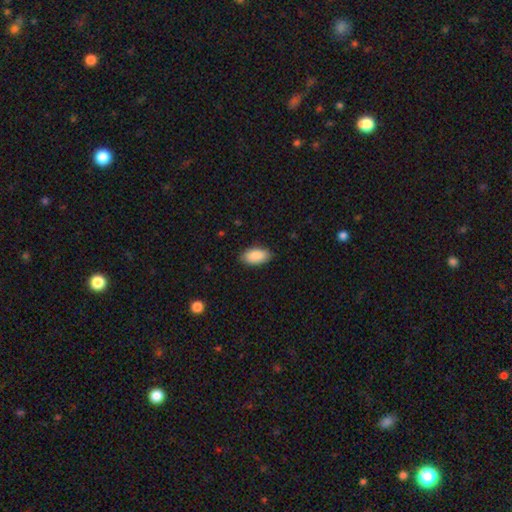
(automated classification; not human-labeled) Smooth or featured? smooth (89%)
How rounded? in between (95%)
Merging? none (86%)